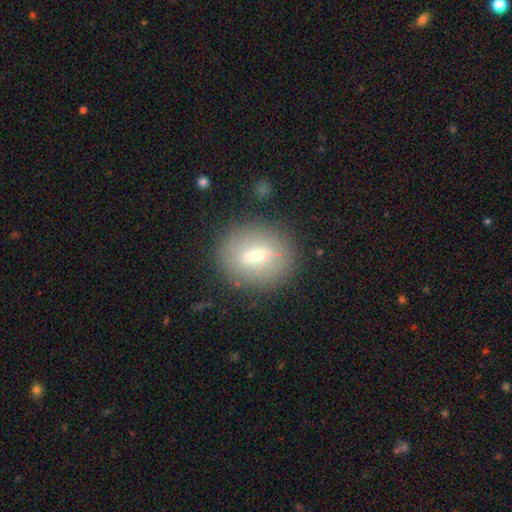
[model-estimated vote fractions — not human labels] smooth 57%, featured or disk 34%, star or artifact 9%. Down the decision tree: how rounded — round (60%); merging — none (82%).